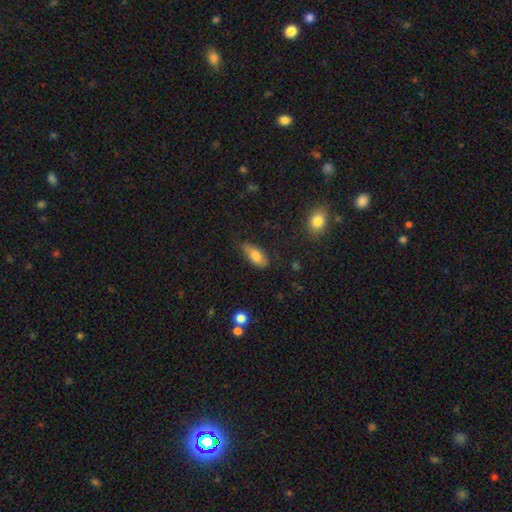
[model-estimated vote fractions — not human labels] Overall: smooth (80%). How rounded: in between (84%). Merging: none (66%).